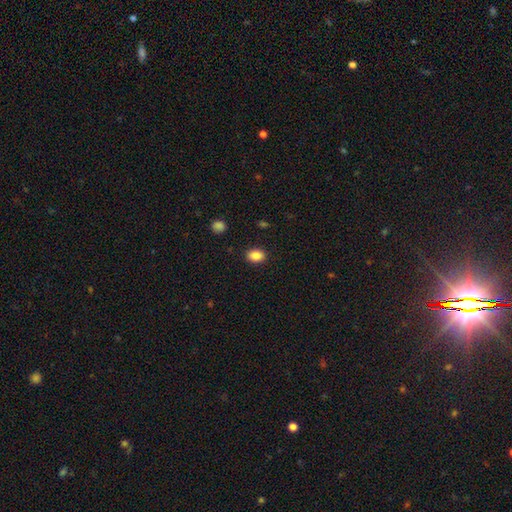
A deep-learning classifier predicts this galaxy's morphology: type=smooth (87%); roundness=in between (72%); merging=none (89%).